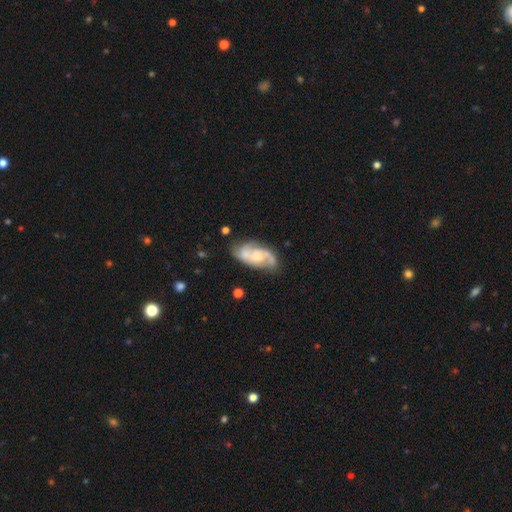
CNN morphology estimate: Smooth or featured? featured or disk (79%)
Edge-on disk? no (95%)
Bar? no (62%)
Spiral arms? yes (94%)
Spiral winding? medium (50%)
Spiral arm count? 2 (63%)
Bulge size? moderate (47%)
Merging? none (67%)